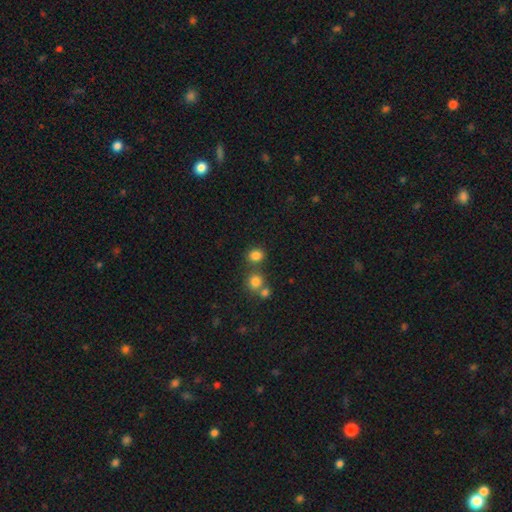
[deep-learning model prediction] A smooth galaxy with no disk features (80%) that is round (74%).

Vote fractions:
- Smooth or featured? smooth: 80% / star or artifact: 14% / featured or disk: 6%
- How rounded? round: 74% / in between: 25% / cigar-shaped: 1%
- Merging? none: 68% / merger: 20% / minor disturbance: 9% / major disturbance: 3%